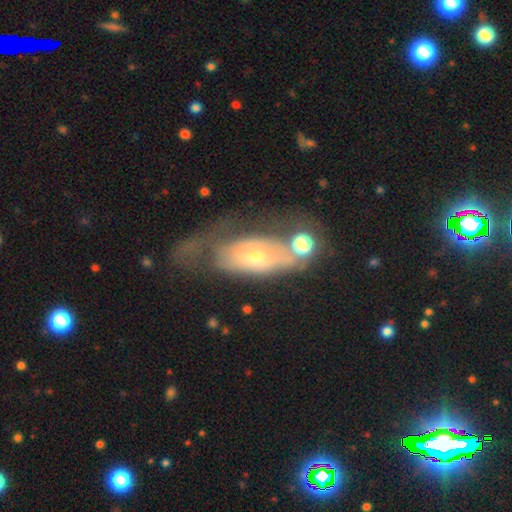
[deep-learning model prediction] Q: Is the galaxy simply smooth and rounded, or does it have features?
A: featured or disk — 55%.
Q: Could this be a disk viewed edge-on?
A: no — 83%.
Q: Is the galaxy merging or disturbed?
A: major disturbance — 36%.